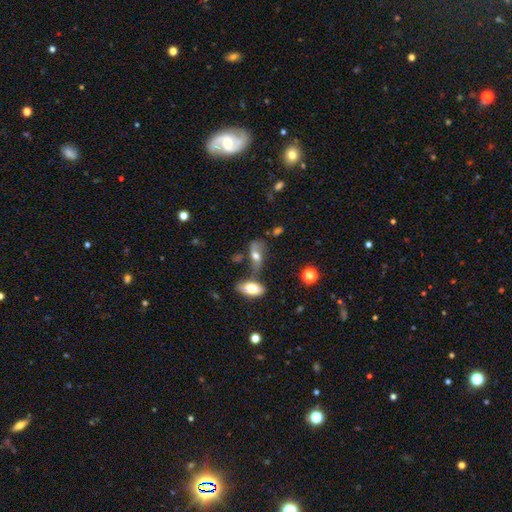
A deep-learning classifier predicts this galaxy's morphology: type=smooth (50%); merging=none (43%).